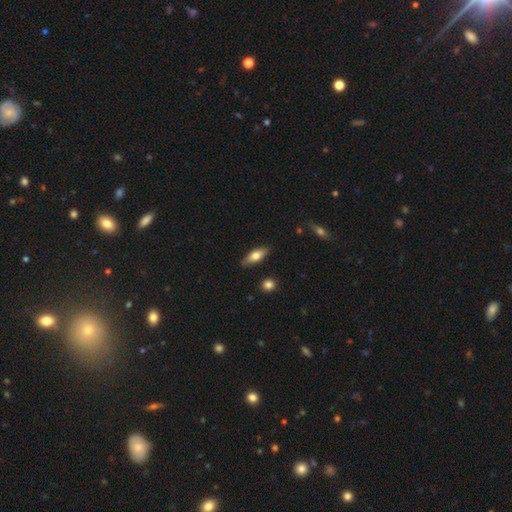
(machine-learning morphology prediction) A smooth galaxy with no disk features (69%) that is in between round and cigar-shaped (65%).

Vote fractions:
- Smooth or featured? smooth: 69% / featured or disk: 25% / star or artifact: 6%
- How rounded? in between: 65% / cigar-shaped: 32% / round: 3%
- Merging? none: 84% / minor disturbance: 12% / major disturbance: 2% / merger: 2%